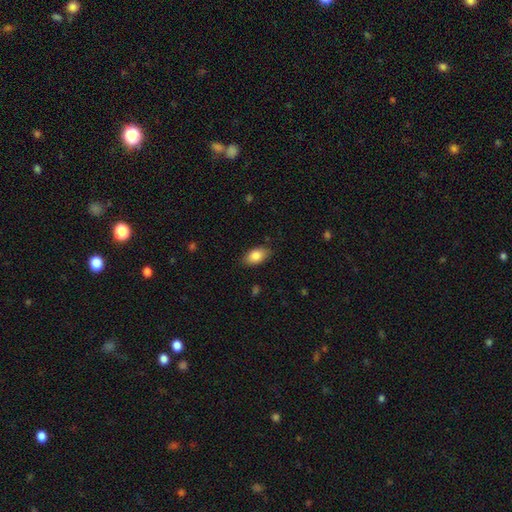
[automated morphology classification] Q: Smooth or featured?
A: smooth (84%); runner-up: featured or disk (9%)
Q: How rounded?
A: in between (91%); runner-up: round (7%)
Q: Merging?
A: none (83%); runner-up: minor disturbance (13%)